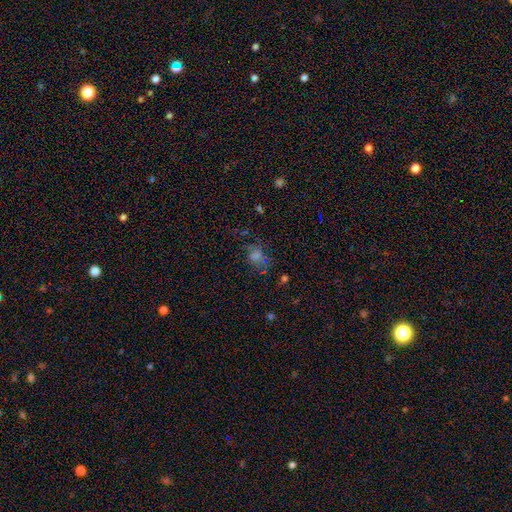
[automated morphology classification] This appears to be a smooth galaxy with no disk features (50%). Merging: none (57%).